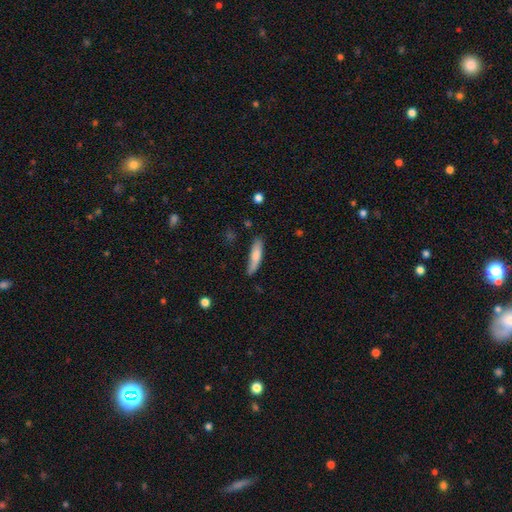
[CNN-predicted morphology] smooth-or-featured: smooth: 75% | featured or disk: 19% | star or artifact: 6%
  how-rounded: cigar-shaped: 78% | in between: 20% | round: 2%
  merging: none: 75% | minor disturbance: 19% | major disturbance: 4% | merger: 3%